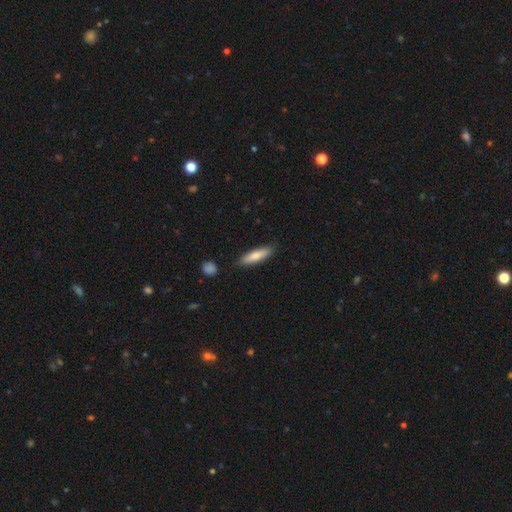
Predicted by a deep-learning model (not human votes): smooth 78%, featured or disk 17%, star or artifact 6%. Down the decision tree: how rounded — cigar-shaped (69%); merging — none (85%).